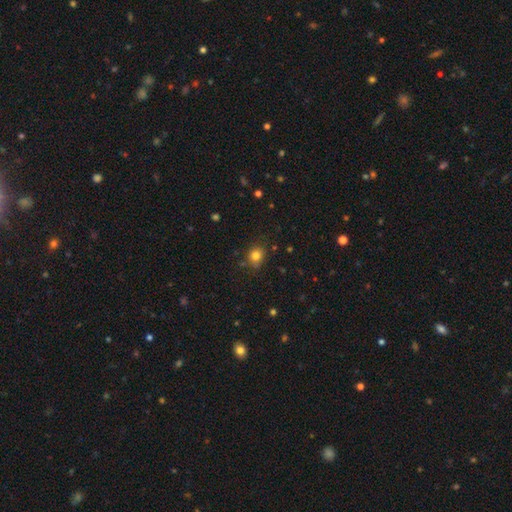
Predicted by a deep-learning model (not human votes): A smooth galaxy with no disk features (81%) that is round (70%). Merging: none (74%).